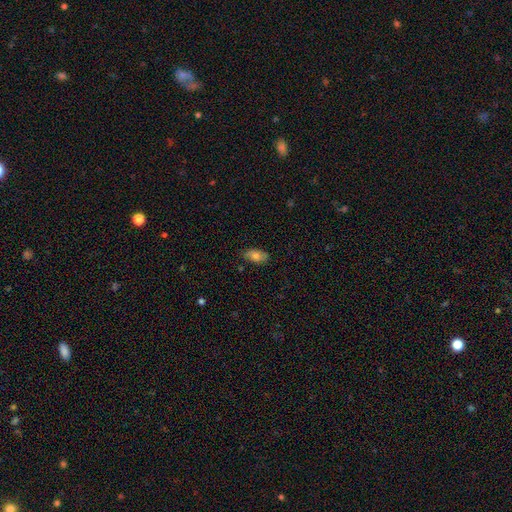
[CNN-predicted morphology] smooth_or_featured: smooth (p=0.74) [alt: featured or disk p=0.18]
how_rounded: in between (p=0.91) [alt: round p=0.05]
merging: none (p=0.78) [alt: minor disturbance p=0.18]